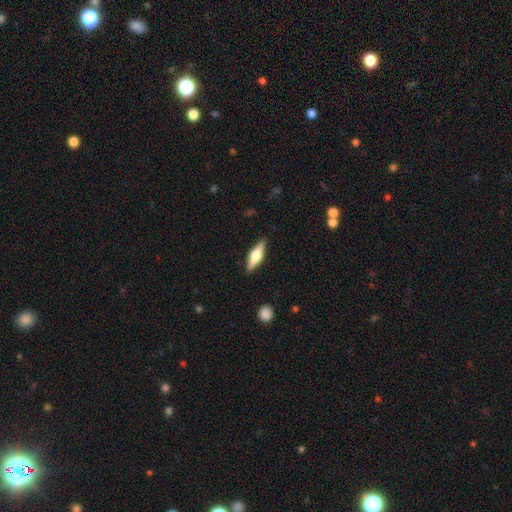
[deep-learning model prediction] smooth-or-featured: smooth: 49% | featured or disk: 45% | star or artifact: 6%
  merging: none: 87% | minor disturbance: 9% | major disturbance: 2% | merger: 1%